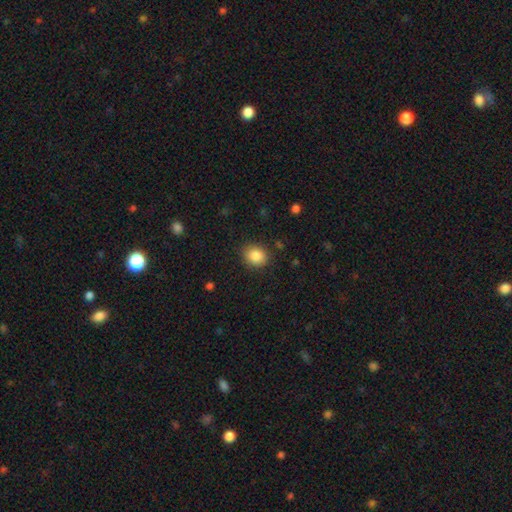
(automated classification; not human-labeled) This appears to be a smooth galaxy with no disk features (87%) that is round (62%). Merging: none (85%).